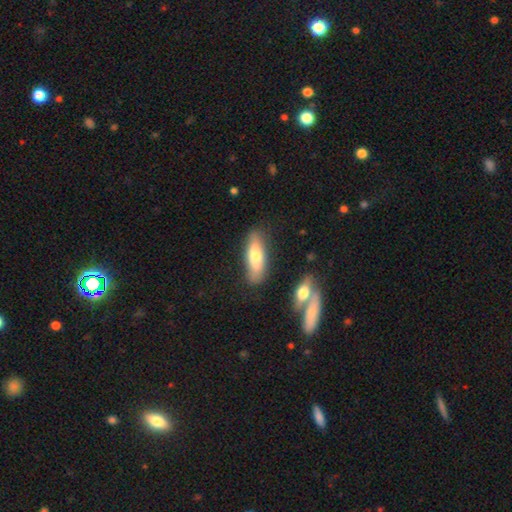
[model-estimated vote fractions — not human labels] smooth_or_featured: smooth (p=0.62) [alt: featured or disk p=0.32]
how_rounded: in between (p=0.51) [alt: cigar-shaped p=0.46]
merging: none (p=0.79) [alt: minor disturbance p=0.13]